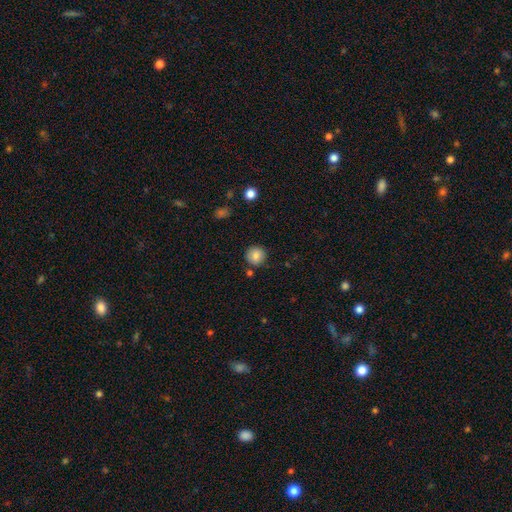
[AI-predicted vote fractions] Smooth or featured?
  - smooth: 85% *
  - star or artifact: 9%
  - featured or disk: 6%
How rounded?
  - round: 93% *
  - in between: 6%
  - cigar-shaped: 1%
Merging?
  - none: 86% *
  - minor disturbance: 8%
  - merger: 4%
  - major disturbance: 2%